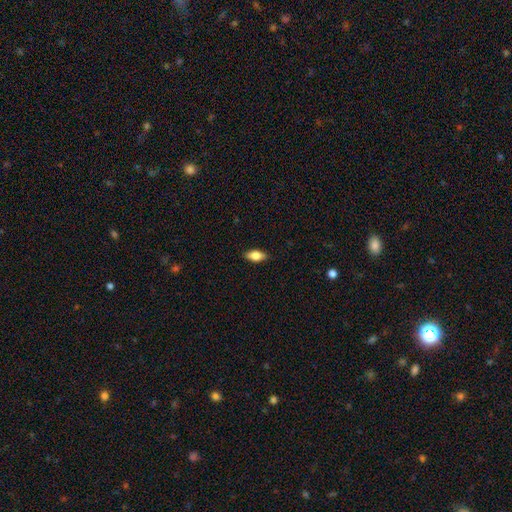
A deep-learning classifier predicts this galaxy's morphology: The model was most divided on "smooth or featured": smooth: 77%, featured or disk: 16%, star or artifact: 7%. More confident: merging — none (88%); how rounded — in between (86%).